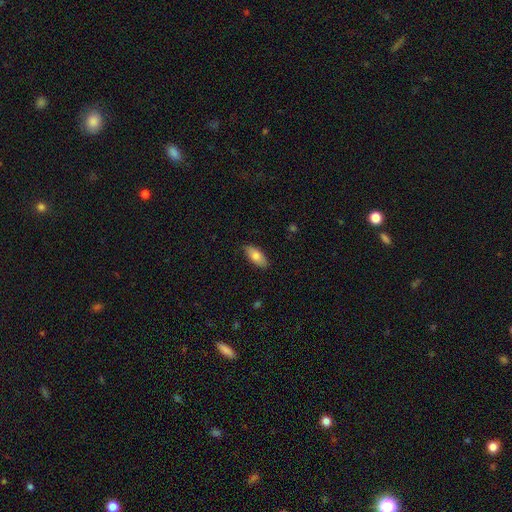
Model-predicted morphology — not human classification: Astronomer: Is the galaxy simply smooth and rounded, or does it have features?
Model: smooth — 80%.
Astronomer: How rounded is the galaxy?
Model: in between — 85%.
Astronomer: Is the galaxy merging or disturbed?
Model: none — 85%.